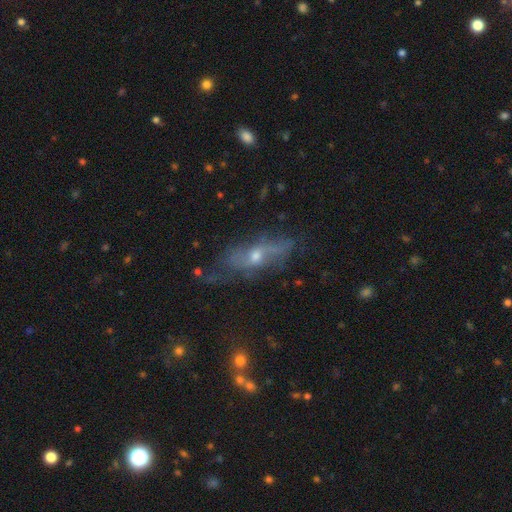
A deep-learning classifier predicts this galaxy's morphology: type=featured or disk (57%); edge-on=no (56%); merging=none (59%).